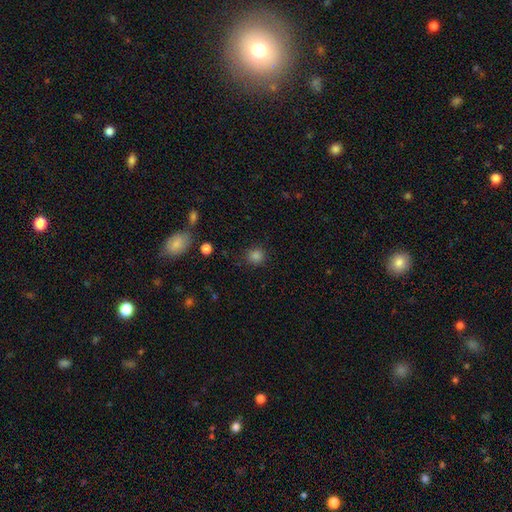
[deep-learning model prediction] Q: Smooth or featured?
A: smooth (82%); runner-up: star or artifact (14%)
Q: How rounded?
A: round (91%); runner-up: in between (8%)
Q: Merging?
A: none (88%); runner-up: minor disturbance (7%)